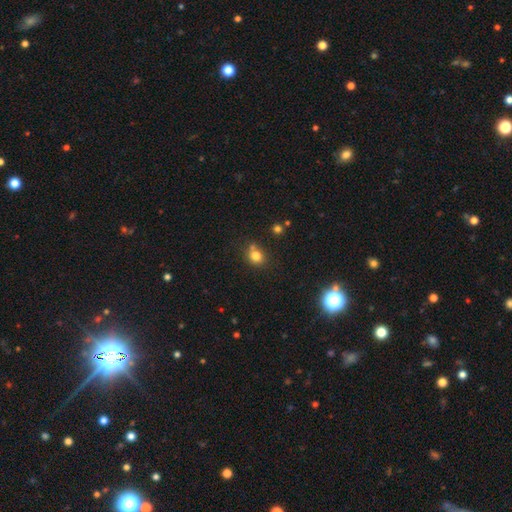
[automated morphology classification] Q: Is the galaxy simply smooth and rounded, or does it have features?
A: smooth — 79%.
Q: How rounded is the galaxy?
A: round — 70%.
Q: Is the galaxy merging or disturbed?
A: none — 65%.